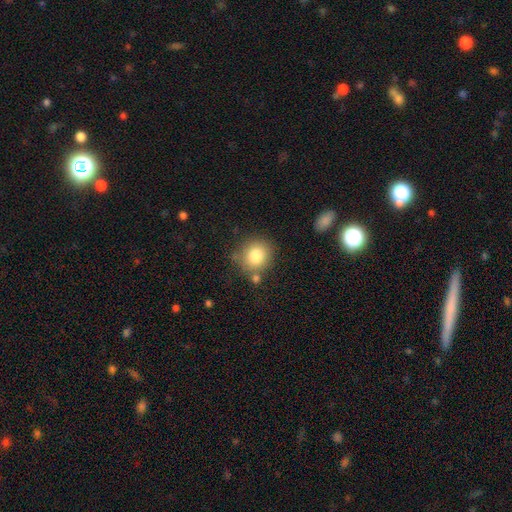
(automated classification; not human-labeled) Overall: smooth (81%). How rounded: round (85%). Merging: none (73%).